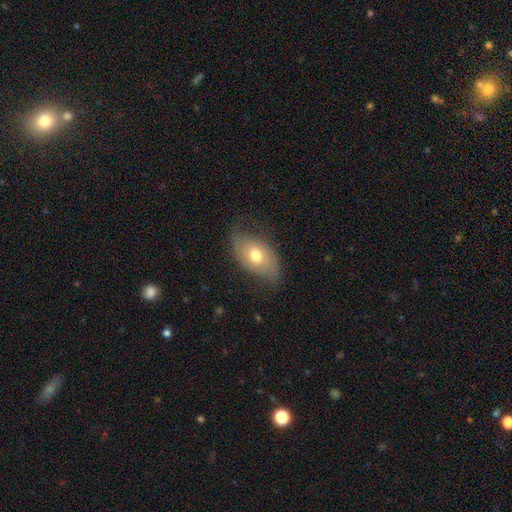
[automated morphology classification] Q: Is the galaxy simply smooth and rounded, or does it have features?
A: smooth — 48%.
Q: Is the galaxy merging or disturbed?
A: none — 60%.